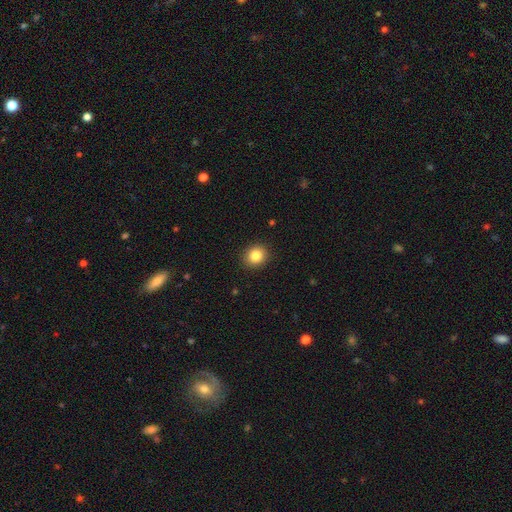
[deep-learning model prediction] This is clearly a smooth galaxy (85%). How rounded: likely round (77%). Merging: clearly none (91%).